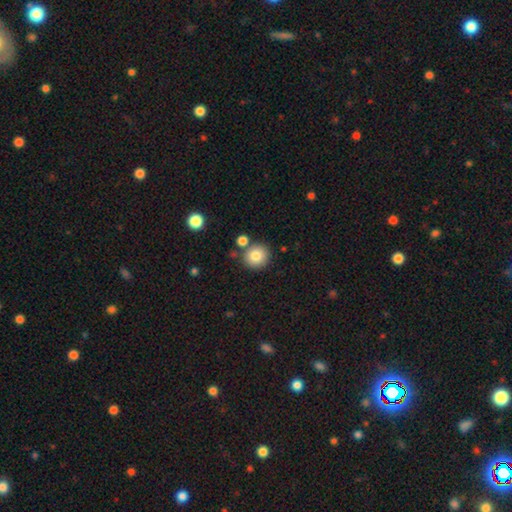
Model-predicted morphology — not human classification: A smooth galaxy with no disk features (82%) that is round (90%). Merging: none (77%).